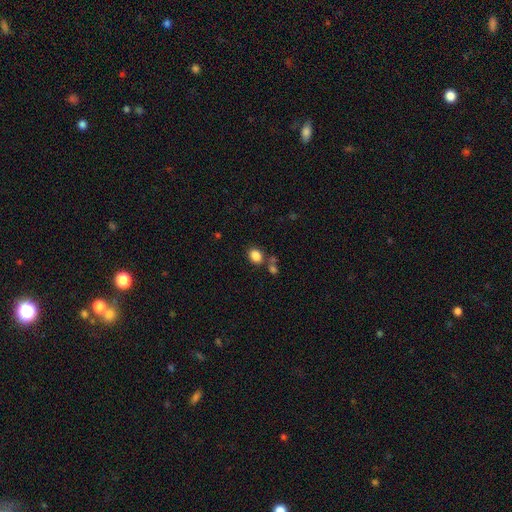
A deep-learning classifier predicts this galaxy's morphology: Smooth or featured: smooth — 85% (star or artifact — 10%)
How rounded: in between — 56% (round — 43%)
Merging: none — 67% (merger — 17%)